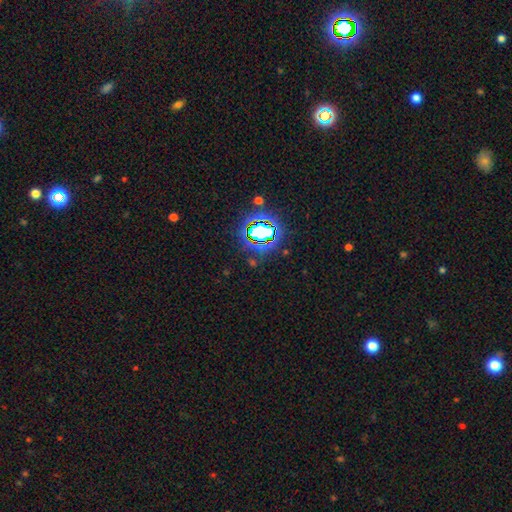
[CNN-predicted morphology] This appears to be a star or artifact, not a galaxy (81%).